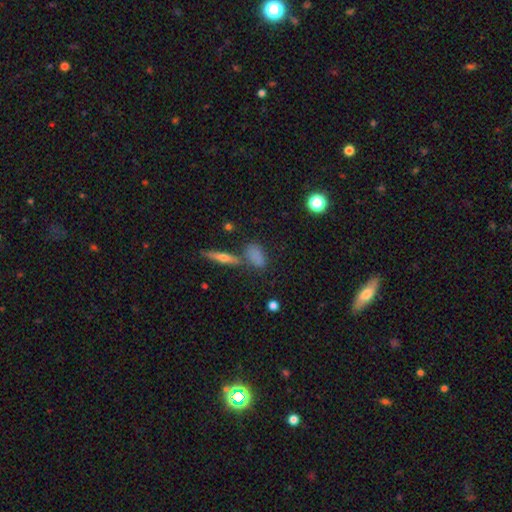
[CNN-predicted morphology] smooth-or-featured: smooth: 72% | featured or disk: 14% | star or artifact: 14%
  how-rounded: in between: 75% | cigar-shaped: 14% | round: 11%
  merging: none: 61% | minor disturbance: 17% | merger: 16% | major disturbance: 6%